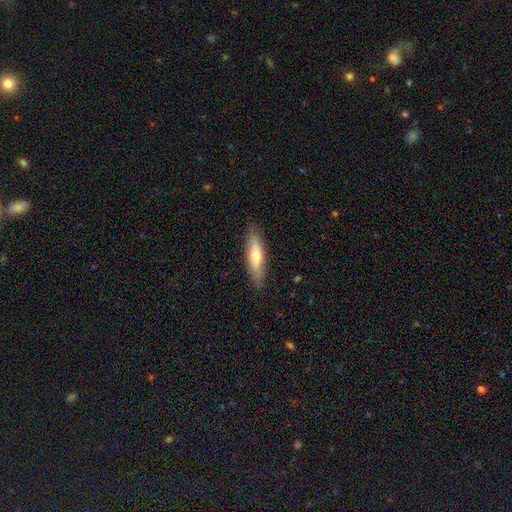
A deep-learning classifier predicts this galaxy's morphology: Smooth or featured? smooth (55%)
How rounded? cigar-shaped (63%)
Merging? none (86%)